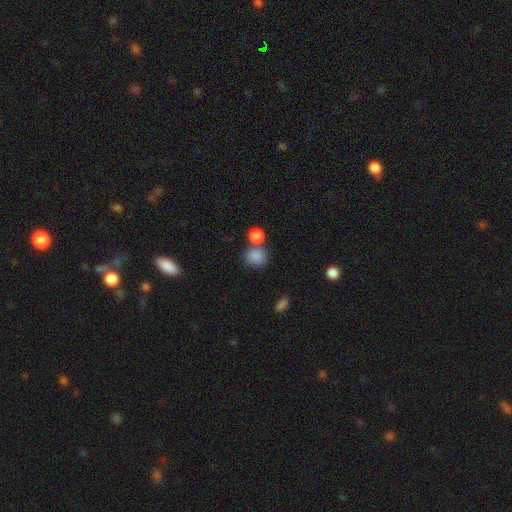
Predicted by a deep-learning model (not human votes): A smooth galaxy with no disk features (85%) that is round (71%). Merging: none (53%).